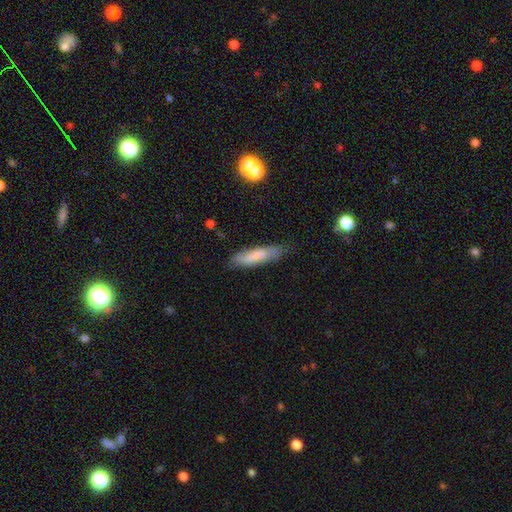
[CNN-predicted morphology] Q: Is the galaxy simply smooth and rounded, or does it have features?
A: smooth — 72%.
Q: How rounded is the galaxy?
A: cigar-shaped — 69%.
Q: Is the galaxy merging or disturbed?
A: none — 74%.